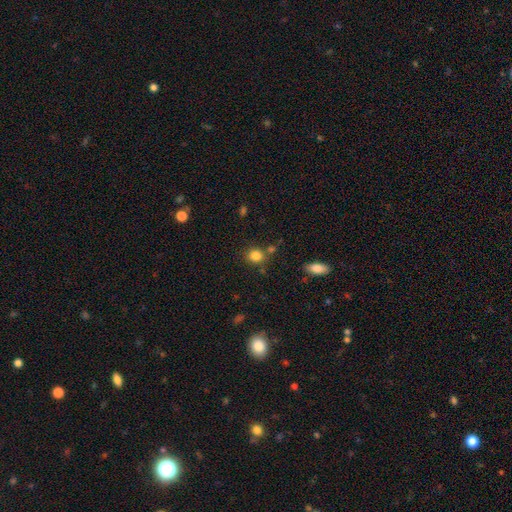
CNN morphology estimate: A smooth galaxy with no disk features (83%) that is round (76%). Merging: none (76%).